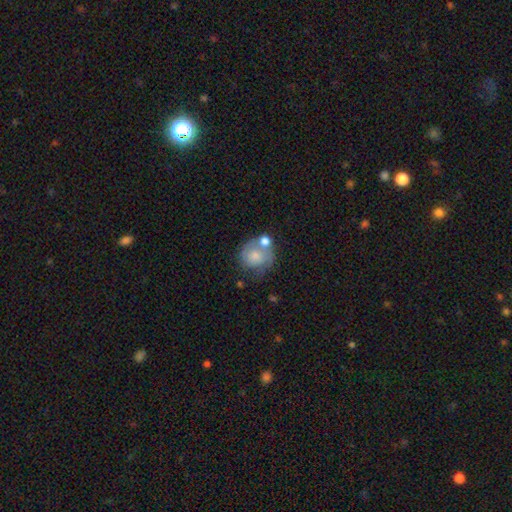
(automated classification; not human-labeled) Smooth or featured? Predicted: smooth (p=0.58). How rounded? Predicted: round (p=0.71). Merging? Predicted: none (p=0.38).